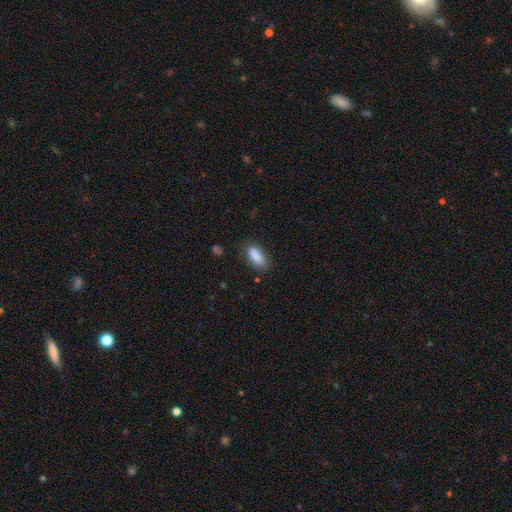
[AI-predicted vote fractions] This is clearly a smooth galaxy (88%). How rounded: likely in between (80%). Merging: likely none (79%).